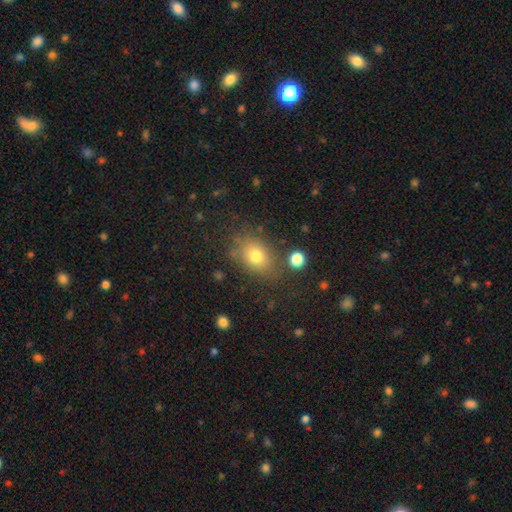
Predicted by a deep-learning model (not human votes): Q: Smooth or featured?
A: smooth (75%); runner-up: star or artifact (13%)
Q: How rounded?
A: in between (69%); runner-up: round (30%)
Q: Merging?
A: none (77%); runner-up: minor disturbance (14%)